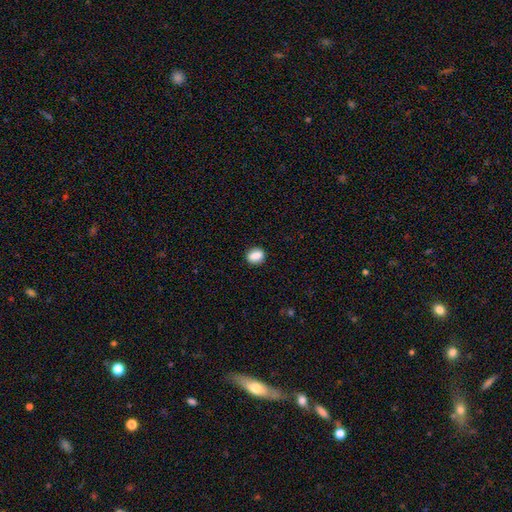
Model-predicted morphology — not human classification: Smooth or featured: smooth — 87% (star or artifact — 8%)
How rounded: in between — 54% (round — 44%)
Merging: none — 87% (minor disturbance — 9%)